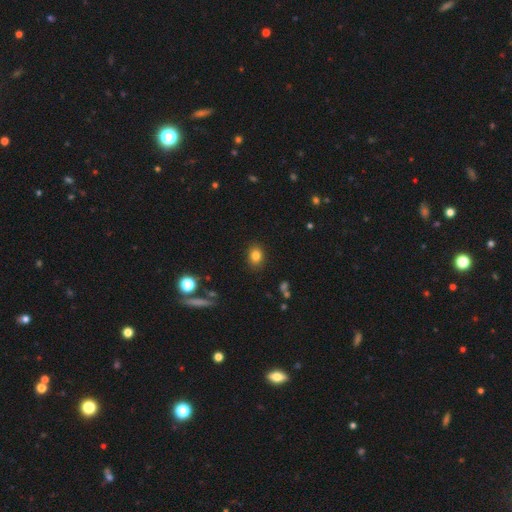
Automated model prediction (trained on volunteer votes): Overall: smooth (82%). How rounded: in between (59%; round 40%). Merging: none (87%).